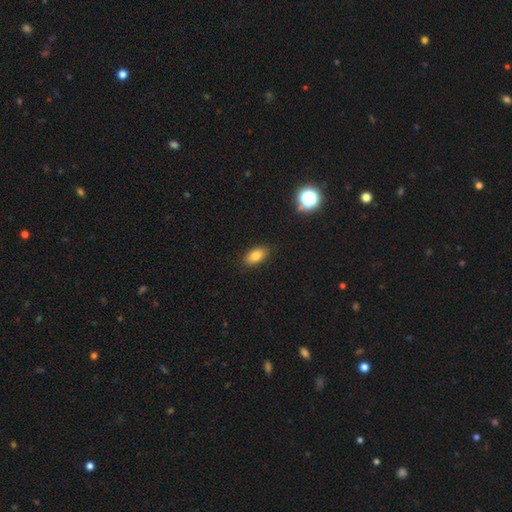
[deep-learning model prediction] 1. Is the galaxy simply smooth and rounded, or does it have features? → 82% smooth, 10% star or artifact, 8% featured or disk.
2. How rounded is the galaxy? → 90% in between, 5% round, 5% cigar-shaped.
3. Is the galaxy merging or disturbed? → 88% none, 9% minor disturbance, 2% major disturbance, 1% merger.